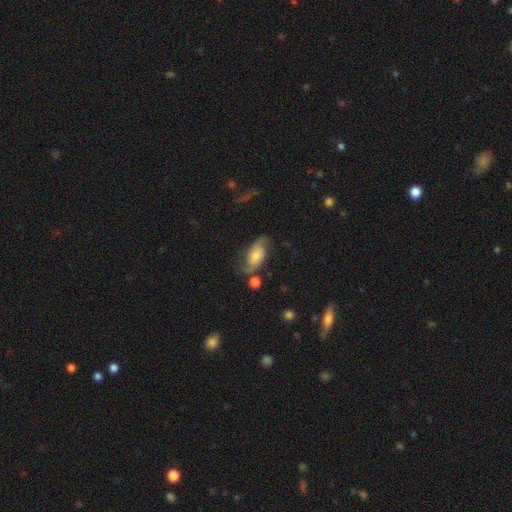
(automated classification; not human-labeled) This is likely a featured or disk galaxy (66%). It is clearly not viewed edge-on (94%). Bar: likely no (66%). Spiral arm pattern: clearly yes (91%). Spiral arm count: clearly 2 (85%). Spiral winding: marginally medium (42%). Central bulge: possibly small (45%). Merging: likely none (63%).